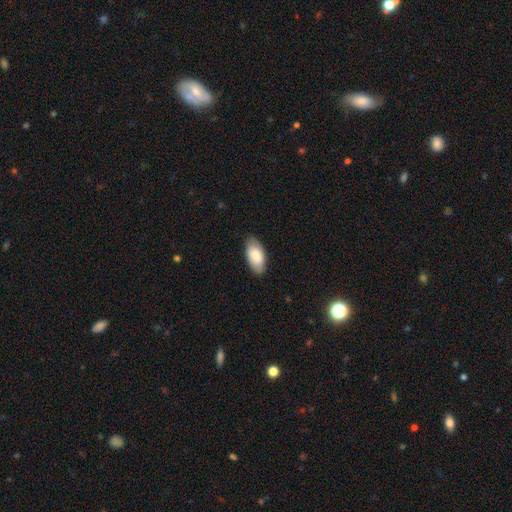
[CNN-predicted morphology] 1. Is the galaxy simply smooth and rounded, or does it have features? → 81% smooth, 14% featured or disk, 6% star or artifact.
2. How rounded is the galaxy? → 94% in between, 3% cigar-shaped, 2% round.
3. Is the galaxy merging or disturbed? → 83% none, 14% minor disturbance, 2% major disturbance, 1% merger.